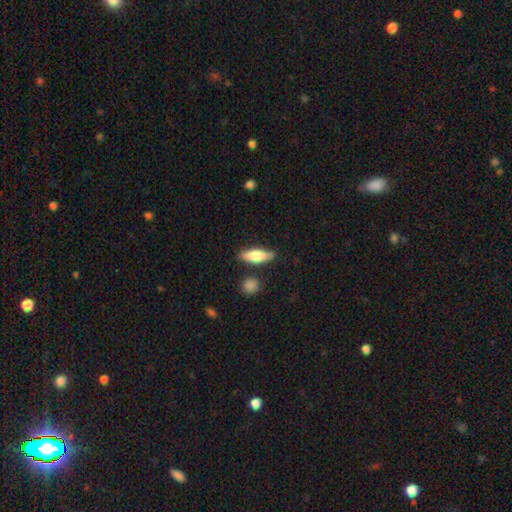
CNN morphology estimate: This appears to be a smooth galaxy with no disk features (70%) that is in between round and cigar-shaped (57%). Merging: none (79%).